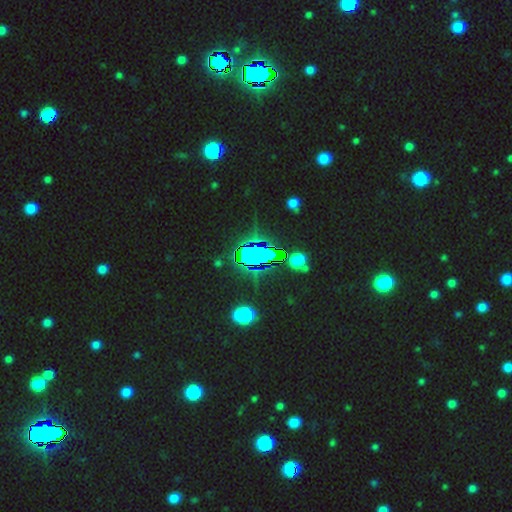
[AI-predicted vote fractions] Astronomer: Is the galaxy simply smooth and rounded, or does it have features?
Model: star or artifact — 74%.